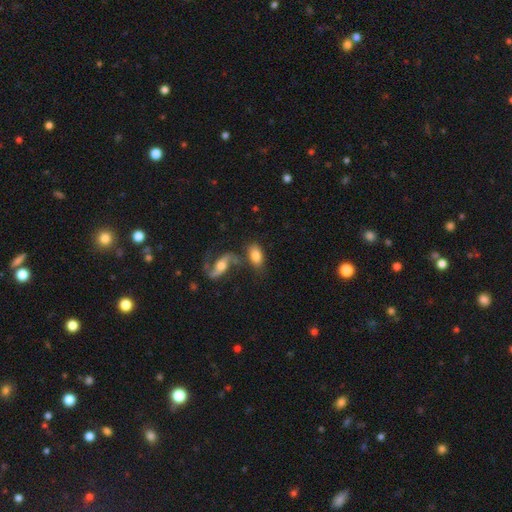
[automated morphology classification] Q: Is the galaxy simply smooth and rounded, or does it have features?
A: smooth — 72%.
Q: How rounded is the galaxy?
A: in between — 90%.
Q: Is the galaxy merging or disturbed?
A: none — 58%.